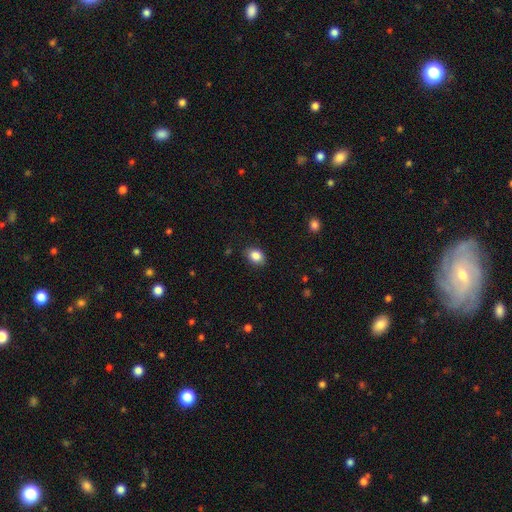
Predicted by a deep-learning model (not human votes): smooth 86%, star or artifact 9%, featured or disk 5%. Down the decision tree: how rounded — in between (62%); merging — none (83%).